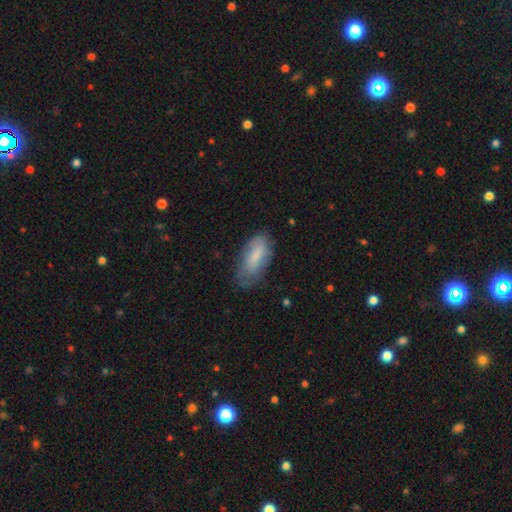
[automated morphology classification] smooth 73%, featured or disk 20%, star or artifact 7%. Down the decision tree: how rounded — in between (85%); merging — none (64%).